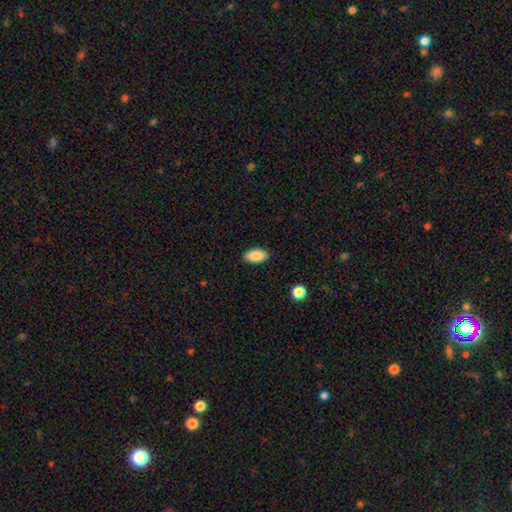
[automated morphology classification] Smooth or featured: smooth — 89% (star or artifact — 7%)
How rounded: in between — 94% (round — 3%)
Merging: none — 88% (minor disturbance — 9%)